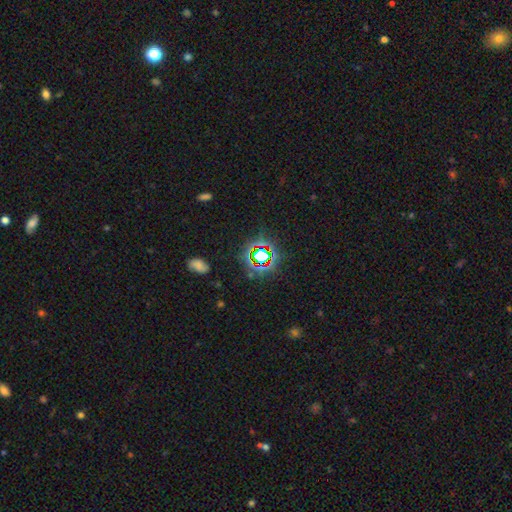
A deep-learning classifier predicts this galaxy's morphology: Smooth or featured: star or artifact — 72% (smooth — 17%)